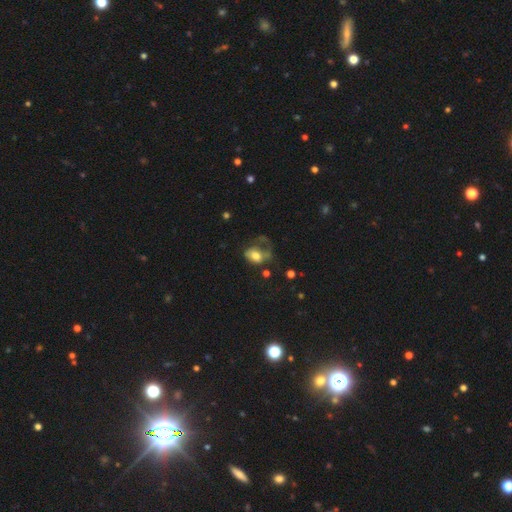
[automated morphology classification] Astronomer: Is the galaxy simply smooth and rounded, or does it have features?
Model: smooth — 62%.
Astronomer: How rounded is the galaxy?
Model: in between — 66%.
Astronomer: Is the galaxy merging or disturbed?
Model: major disturbance — 53%.